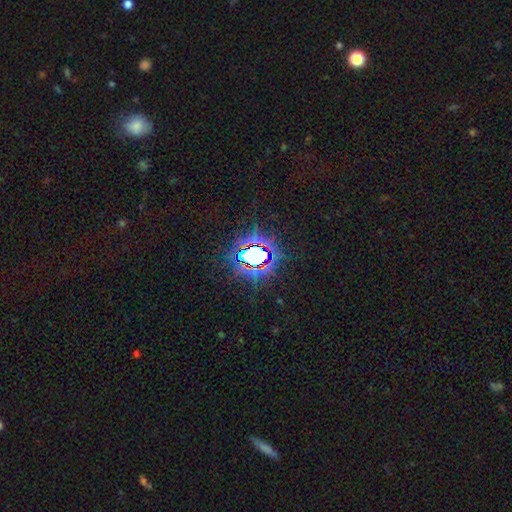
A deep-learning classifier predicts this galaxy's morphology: A star or artifact, not a galaxy (74%).

Vote fractions:
- Smooth or featured? star or artifact: 74% / smooth: 16% / featured or disk: 10%